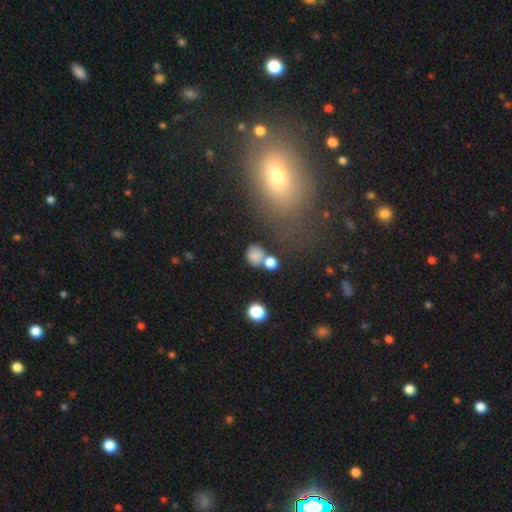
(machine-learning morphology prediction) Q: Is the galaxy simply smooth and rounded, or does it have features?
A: smooth — 76%.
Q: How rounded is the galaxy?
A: round — 69%.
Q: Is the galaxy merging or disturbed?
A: none — 56%.